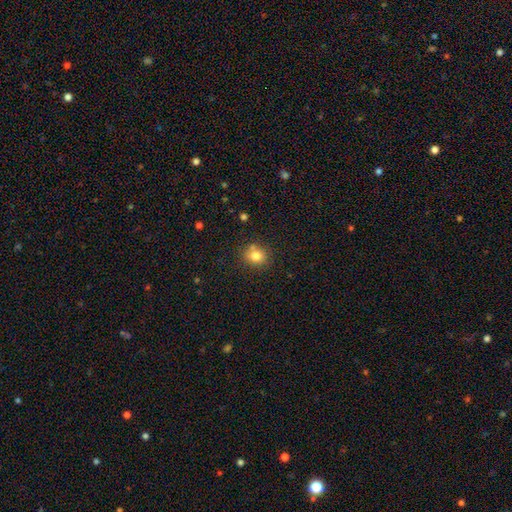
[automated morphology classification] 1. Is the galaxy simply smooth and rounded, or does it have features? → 80% smooth, 12% star or artifact, 8% featured or disk.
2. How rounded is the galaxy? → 71% round, 28% in between, 1% cigar-shaped.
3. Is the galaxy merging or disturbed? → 72% none, 13% minor disturbance, 12% merger, 3% major disturbance.